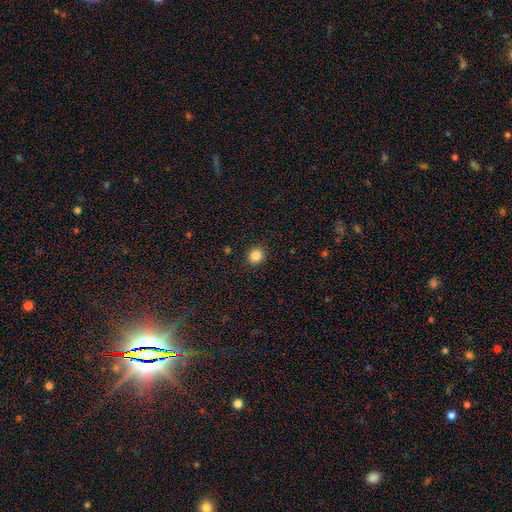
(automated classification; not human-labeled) smooth_or_featured: smooth (p=0.85) [alt: star or artifact p=0.11]
how_rounded: round (p=0.89) [alt: in between p=0.10]
merging: none (p=0.92) [alt: minor disturbance p=0.05]